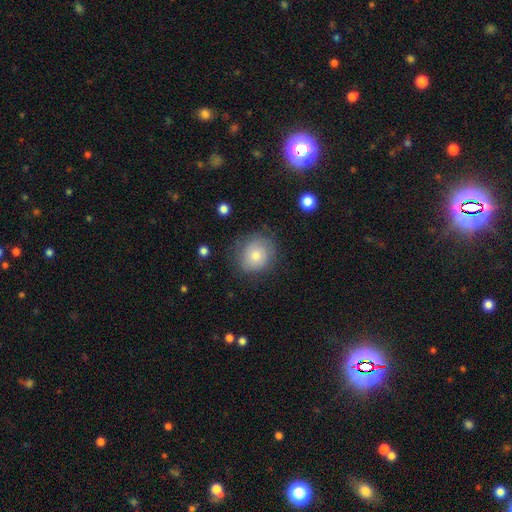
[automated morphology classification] Smooth or featured? smooth (62%)
How rounded? round (81%)
Merging? none (76%)